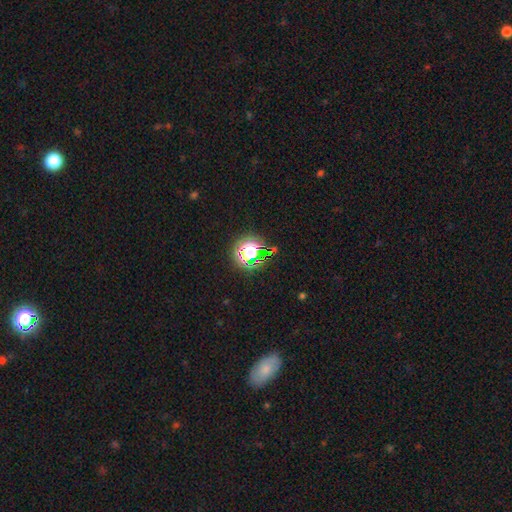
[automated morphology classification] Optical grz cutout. It shows a star or artifact, not a galaxy (61%).